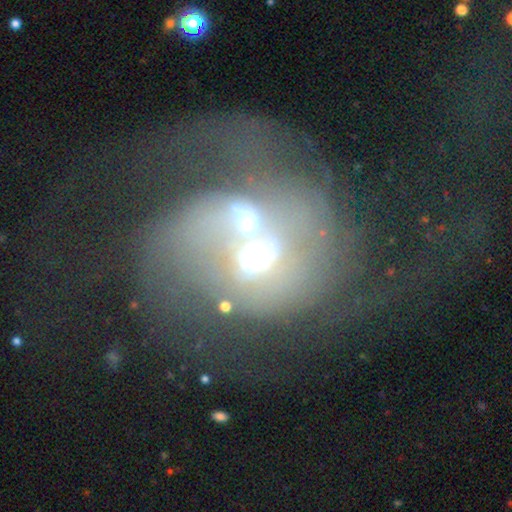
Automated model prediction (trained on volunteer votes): Q: Smooth or featured?
A: featured or disk (64%); runner-up: smooth (23%)
Q: Edge-on disk?
A: no (97%); runner-up: yes (3%)
Q: Bar?
A: no (70%); runner-up: weak (22%)
Q: Spiral arms?
A: yes (57%); runner-up: no (43%)
Q: Bulge size?
A: moderate (62%); runner-up: small (18%)
Q: Merging?
A: merger (50%); runner-up: major disturbance (29%)